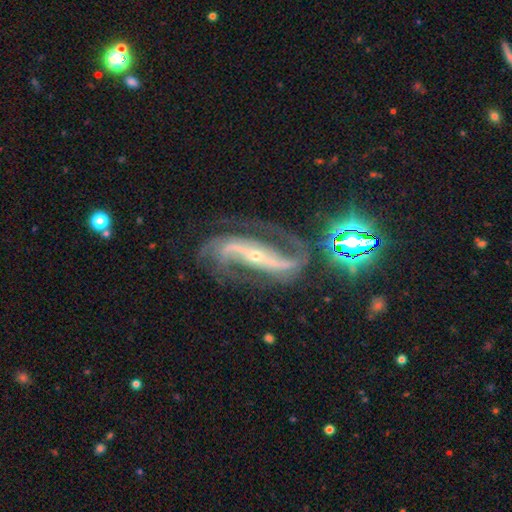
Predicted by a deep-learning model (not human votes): Smooth or featured?
  - featured or disk: 89% *
  - star or artifact: 8%
  - smooth: 4%
Edge-on disk?
  - no: 92% *
  - yes: 8%
Bar?
  - strong: 65% *
  - no: 18%
  - weak: 17%
Spiral arms?
  - yes: 97% *
  - no: 3%
Spiral winding?
  - medium: 43% *
  - loose: 40%
  - tight: 17%
Spiral arm count?
  - 2: 88% *
  - can't tell: 4%
  - 3: 3%
  - 1: 2%
  - 4: 2%
  - more than 4: 2%
Bulge size?
  - small: 79% *
  - moderate: 17%
  - large: 1%
  - none: 1%
  - dominant: 1%
Merging?
  - none: 65% *
  - minor disturbance: 17%
  - major disturbance: 14%
  - merger: 4%